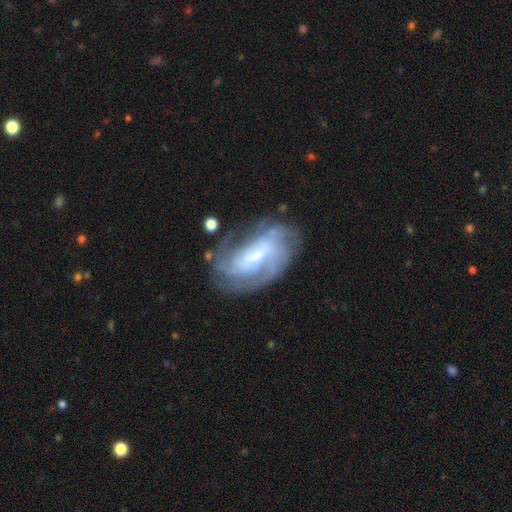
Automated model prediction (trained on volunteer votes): This is clearly a featured or disk galaxy (82%). It is clearly not viewed edge-on (96%). Bar: marginally weak (45%). Spiral arm pattern: clearly yes (92%). Spiral arm count: marginally can't tell (32%). Spiral winding: possibly tight (48%). Central bulge: likely small (64%). Merging: likely none (66%).